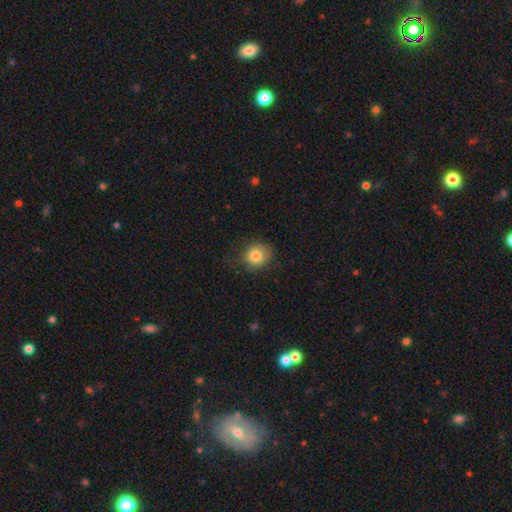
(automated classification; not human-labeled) smooth-or-featured: smooth: 82% | star or artifact: 10% | featured or disk: 9%
  how-rounded: round: 78% | in between: 22% | cigar-shaped: 1%
  merging: none: 72% | minor disturbance: 20% | major disturbance: 6% | merger: 1%